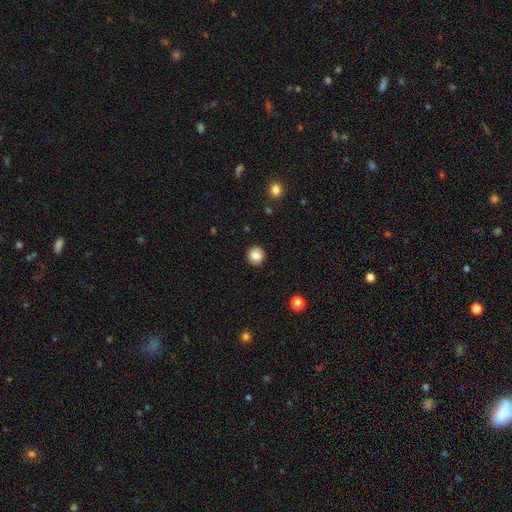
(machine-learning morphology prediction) Smooth or featured?
  - smooth: 86% *
  - star or artifact: 9%
  - featured or disk: 4%
How rounded?
  - round: 91% *
  - in between: 9%
  - cigar-shaped: 1%
Merging?
  - none: 90% *
  - minor disturbance: 7%
  - major disturbance: 2%
  - merger: 1%